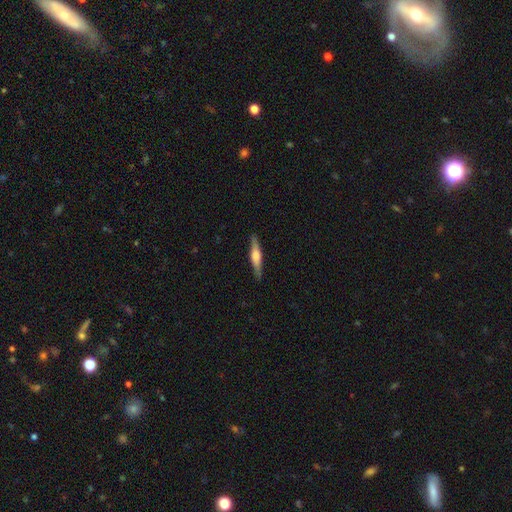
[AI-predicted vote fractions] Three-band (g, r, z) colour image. It shows a featured or disk galaxy (62%) viewed edge-on (97%) with a rounded central bulge (78%). Merging: none (90%).